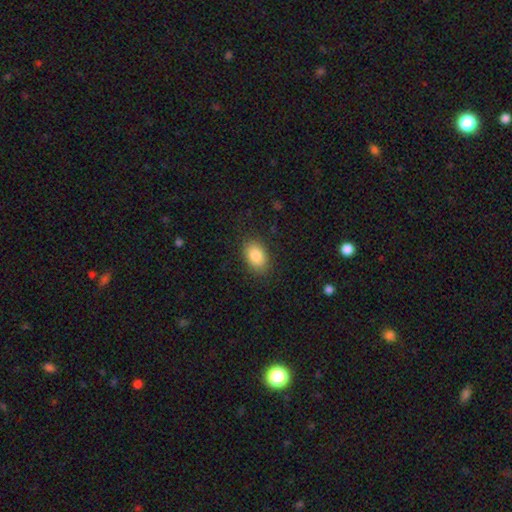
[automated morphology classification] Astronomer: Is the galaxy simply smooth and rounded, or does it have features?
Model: smooth — 85%.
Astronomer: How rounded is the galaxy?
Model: in between — 86%.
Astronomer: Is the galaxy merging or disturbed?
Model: none — 84%.